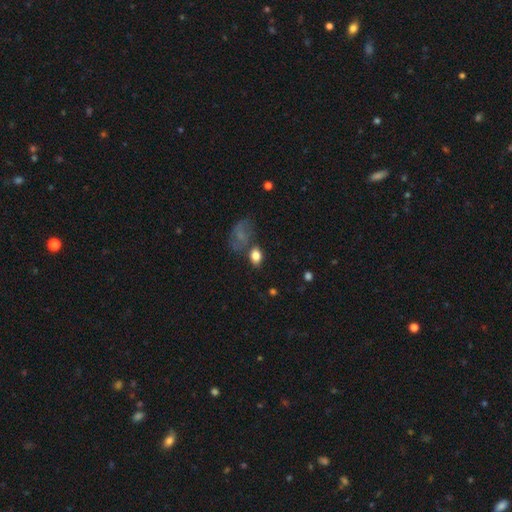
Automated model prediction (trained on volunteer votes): smooth 82%, star or artifact 10%, featured or disk 9%. Down the decision tree: how rounded — in between (73%); merging — none (64%).